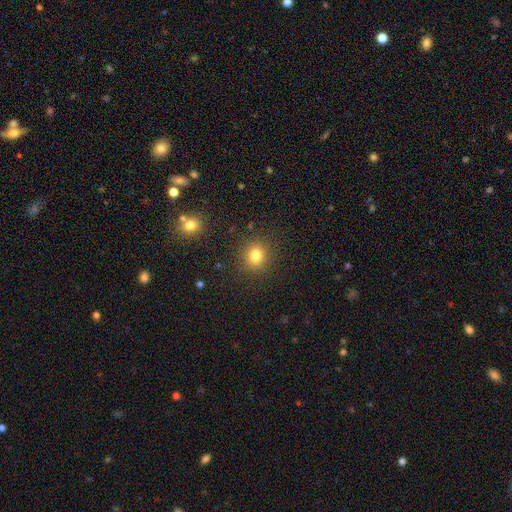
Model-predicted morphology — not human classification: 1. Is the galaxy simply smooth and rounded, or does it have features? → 80% smooth, 13% star or artifact, 7% featured or disk.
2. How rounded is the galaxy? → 83% round, 16% in between, 1% cigar-shaped.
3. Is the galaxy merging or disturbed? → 88% none, 7% minor disturbance, 3% major disturbance, 2% merger.